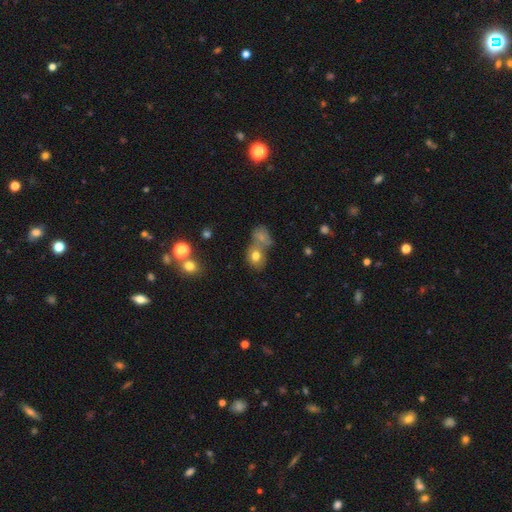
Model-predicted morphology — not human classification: Smooth or featured? Predicted: smooth (p=0.73). How rounded? Predicted: in between (p=0.51). Merging? Predicted: merger (p=0.45).